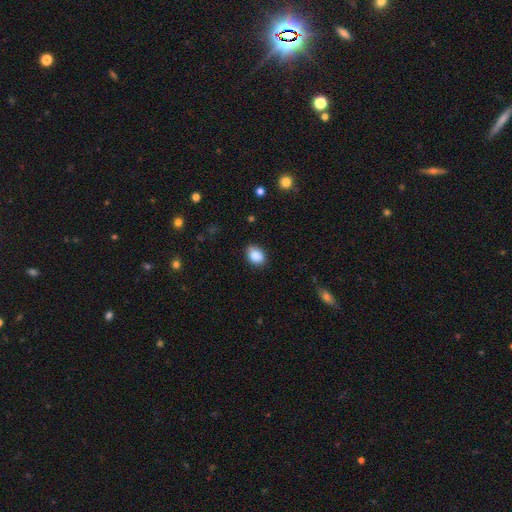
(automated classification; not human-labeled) The model was most divided on "how rounded": in between: 74%, round: 25%, cigar-shaped: 1%. More confident: smooth or featured — smooth (87%); merging — none (80%).